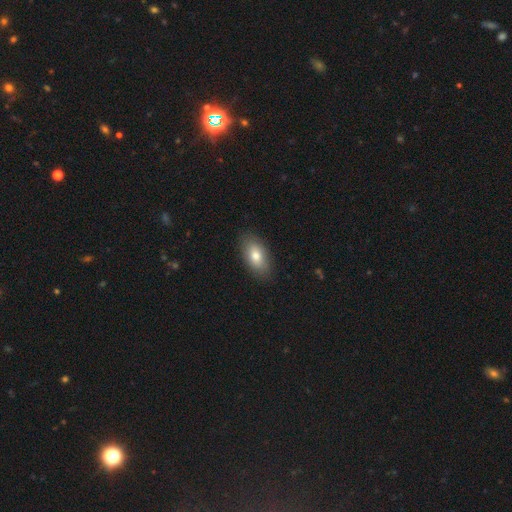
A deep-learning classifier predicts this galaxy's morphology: Smooth or featured? smooth (78%)
How rounded? in between (92%)
Merging? none (87%)